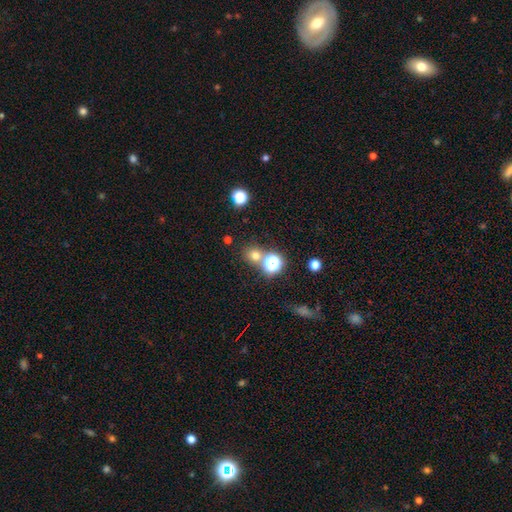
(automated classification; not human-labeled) Smooth or featured: smooth — 67% (star or artifact — 26%)
How rounded: round — 85% (in between — 14%)
Merging: none — 70% (merger — 19%)